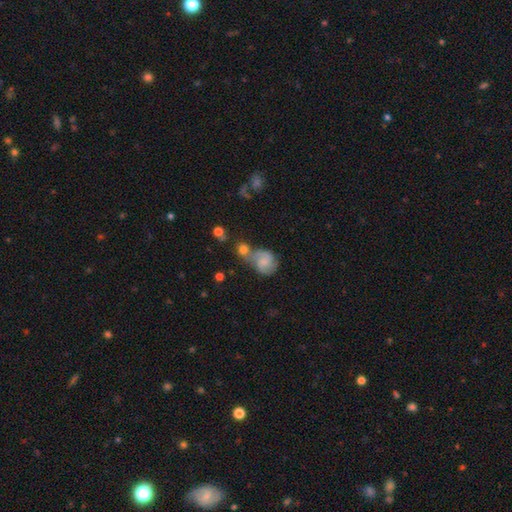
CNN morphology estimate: smooth 48%, star or artifact 31%, featured or disk 22%. Down the decision tree: merging — none (45%).